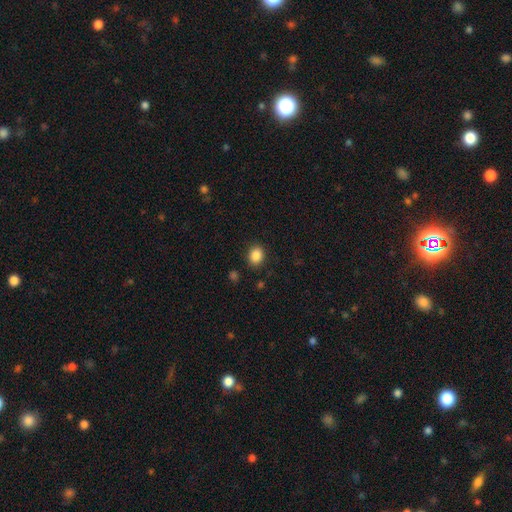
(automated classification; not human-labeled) smooth-or-featured: smooth: 87% | star or artifact: 9% | featured or disk: 4%
  how-rounded: round: 59% | in between: 41% | cigar-shaped: 1%
  merging: none: 88% | minor disturbance: 8% | major disturbance: 3% | merger: 1%